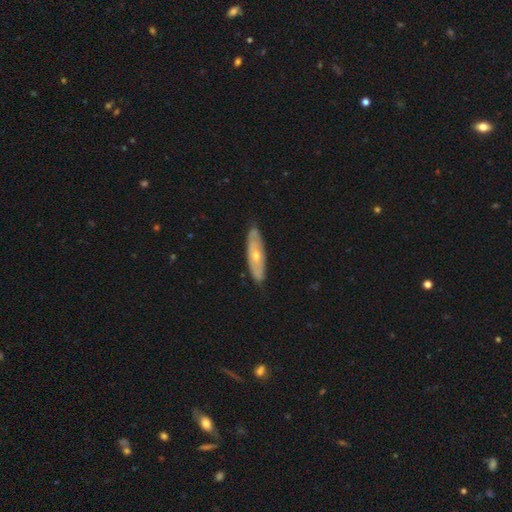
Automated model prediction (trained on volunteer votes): featured or disk 60%, smooth 34%, star or artifact 6%. Down the decision tree: edge-on disk — no (62%); merging — none (82%).